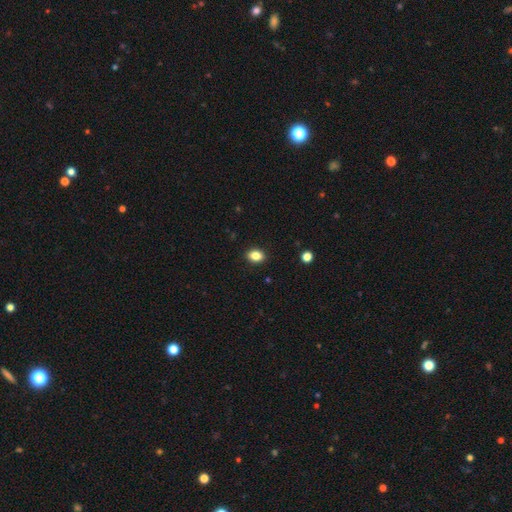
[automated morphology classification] This is clearly a smooth galaxy (84%). How rounded: likely in between (71%). Merging: clearly none (90%).